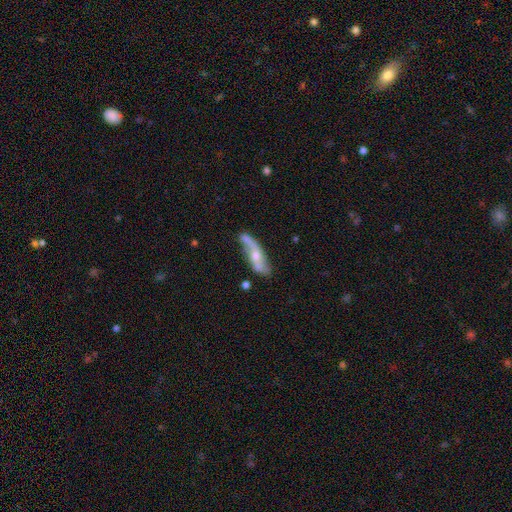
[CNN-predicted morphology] A featured or disk galaxy (76%) with no bar (60%), spiral arms (88%) and a moderate central bulge (56%). Merging: none (63%).